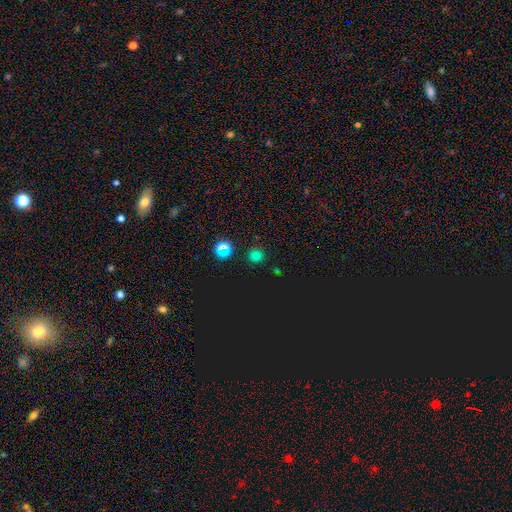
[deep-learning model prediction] This appears to be a smooth galaxy with no disk features (63%) that is round (92%). Merging: none (87%).